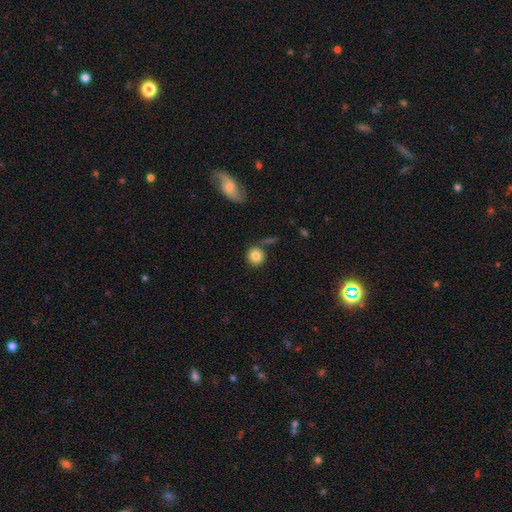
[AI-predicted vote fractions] Q: Smooth or featured?
A: smooth (84%); runner-up: star or artifact (9%)
Q: How rounded?
A: round (91%); runner-up: in between (8%)
Q: Merging?
A: none (78%); runner-up: minor disturbance (10%)